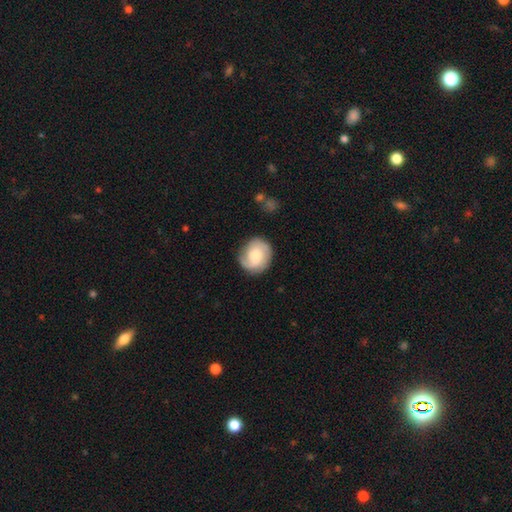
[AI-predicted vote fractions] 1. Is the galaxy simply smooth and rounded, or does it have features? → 55% featured or disk, 38% smooth, 7% star or artifact.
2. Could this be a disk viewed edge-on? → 98% no, 2% yes.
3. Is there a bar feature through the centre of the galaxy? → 69% no, 27% weak, 4% strong.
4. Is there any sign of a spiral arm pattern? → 90% yes, 10% no.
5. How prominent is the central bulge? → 50% moderate, 32% small, 11% large, 4% none, 2% dominant.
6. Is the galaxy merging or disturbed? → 77% none, 16% minor disturbance, 5% major disturbance, 2% merger.